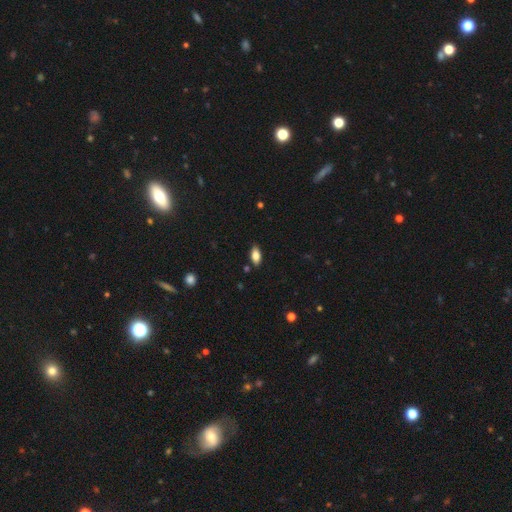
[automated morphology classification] smooth_or_featured: smooth (p=0.80) [alt: featured or disk p=0.12]
how_rounded: in between (p=0.89) [alt: cigar-shaped p=0.07]
merging: none (p=0.86) [alt: minor disturbance p=0.10]